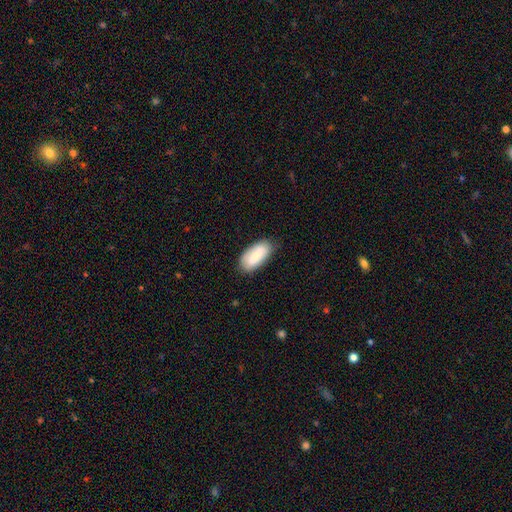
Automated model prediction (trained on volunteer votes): smooth-or-featured: smooth: 75% | featured or disk: 19% | star or artifact: 6%
  how-rounded: in between: 92% | cigar-shaped: 6% | round: 2%
  merging: none: 77% | minor disturbance: 19% | major disturbance: 3% | merger: 1%